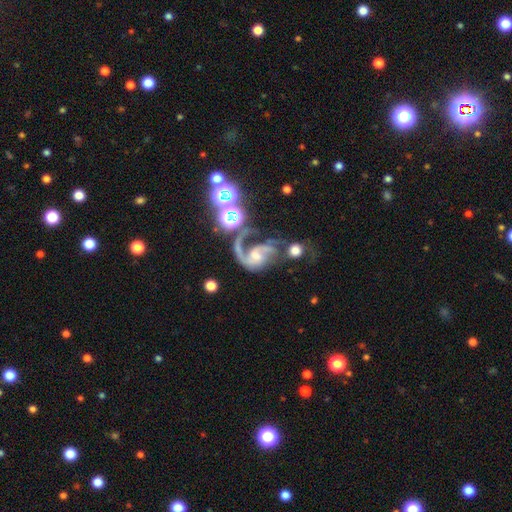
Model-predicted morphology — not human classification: featured or disk 82%, star or artifact 9%, smooth 9%. Down the decision tree: edge-on disk — no (98%); bar — no (47%); spiral arms — yes (94%); spiral arm count — 2 (48%); spiral winding — loose (49%); bulge size — moderate (41%); merging — major disturbance (40%).